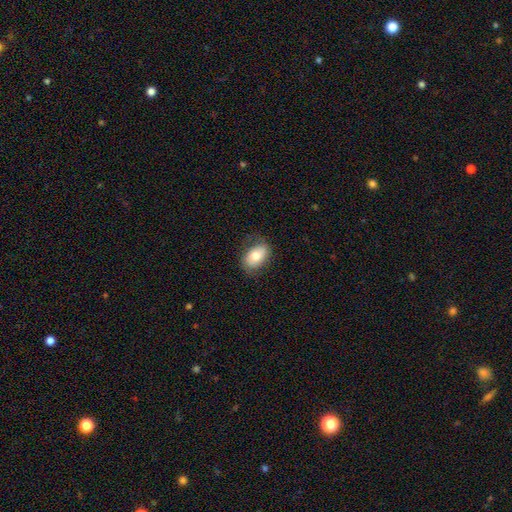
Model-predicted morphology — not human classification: This is likely a smooth galaxy (75%). How rounded: clearly in between (87%). Merging: likely none (79%).